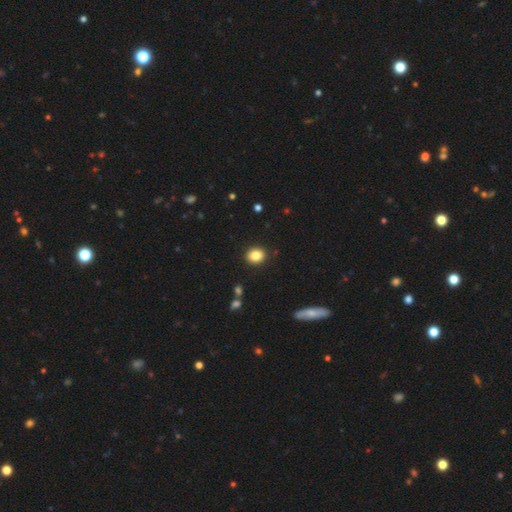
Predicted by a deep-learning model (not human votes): Overall: smooth (85%). How rounded: round (64%; in between 34%). Merging: none (90%).